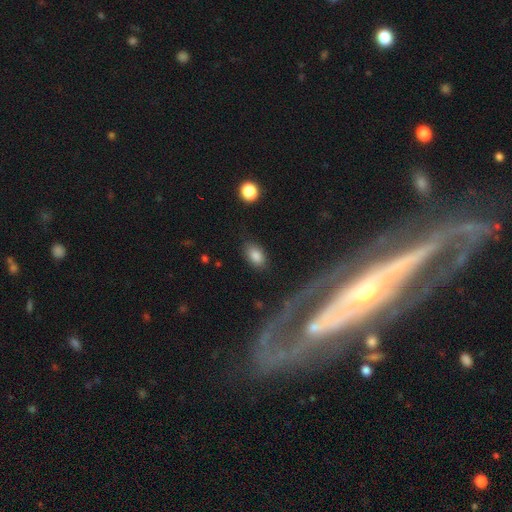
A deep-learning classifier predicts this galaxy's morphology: The model was most divided on "merging": none: 81%, minor disturbance: 13%, major disturbance: 4%, merger: 2%. More confident: how rounded — in between (90%); smooth or featured — smooth (84%).